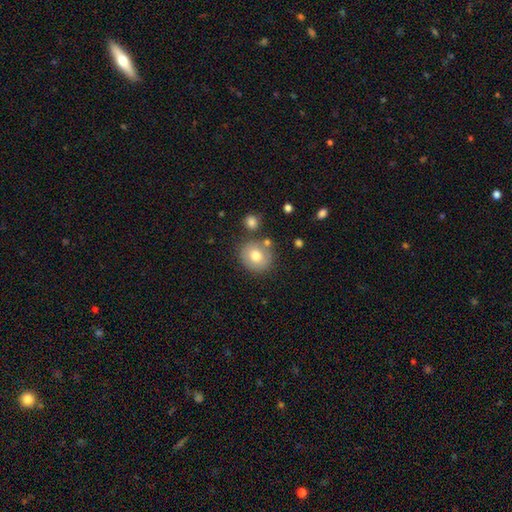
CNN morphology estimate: Overall: smooth (73%). How rounded: round (82%). Merging: none (74%).